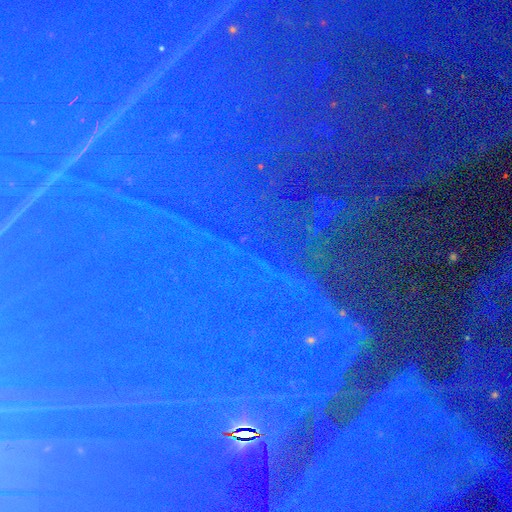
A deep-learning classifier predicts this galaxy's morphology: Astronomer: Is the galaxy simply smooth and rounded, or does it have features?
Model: star or artifact — 88%.